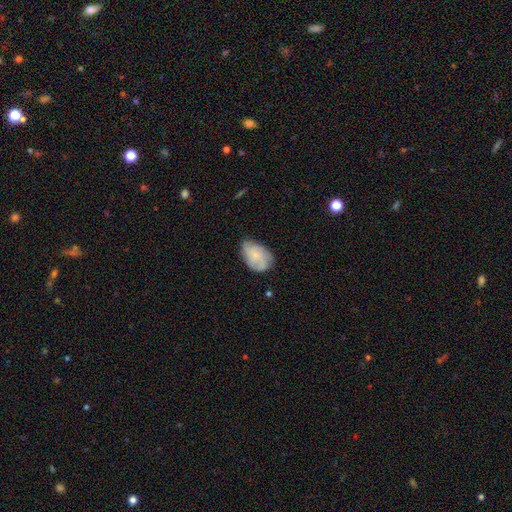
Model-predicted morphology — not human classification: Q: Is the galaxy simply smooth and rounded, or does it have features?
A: smooth — 50%.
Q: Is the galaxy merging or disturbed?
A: none — 61%.